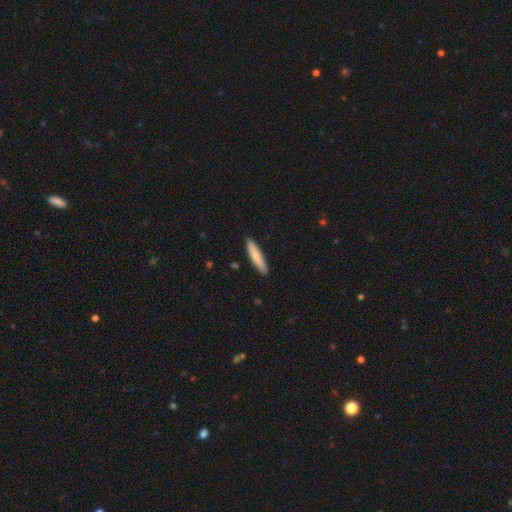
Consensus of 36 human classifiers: A smooth galaxy with no disk features (86%) that is cigar-shaped (87%). Merging: none (83%).